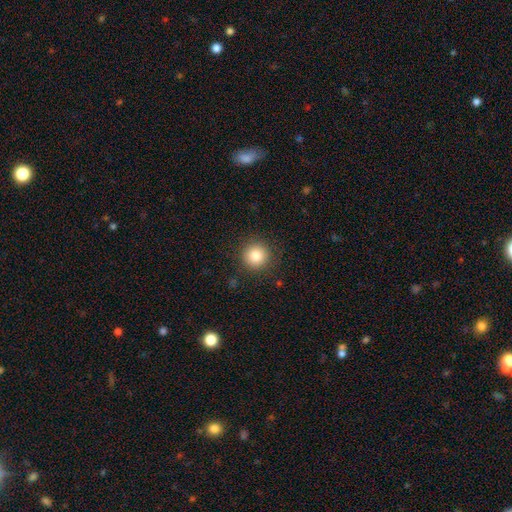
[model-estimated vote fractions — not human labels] The model was most divided on "smooth or featured": smooth: 84%, star or artifact: 10%, featured or disk: 6%. More confident: how rounded — round (95%); merging — none (89%).